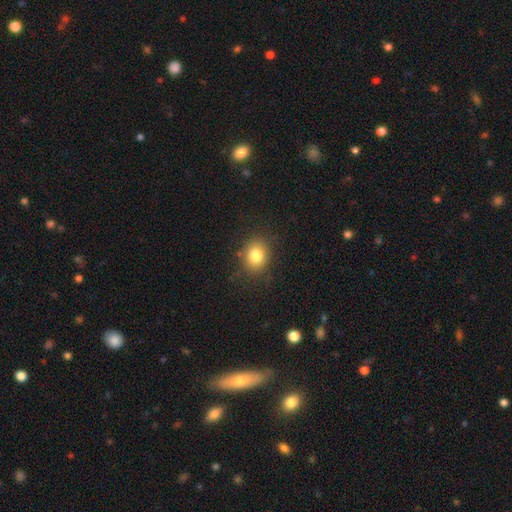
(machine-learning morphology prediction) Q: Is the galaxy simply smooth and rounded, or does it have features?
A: smooth — 81%.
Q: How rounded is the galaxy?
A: round — 57%.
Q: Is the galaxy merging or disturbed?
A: none — 82%.